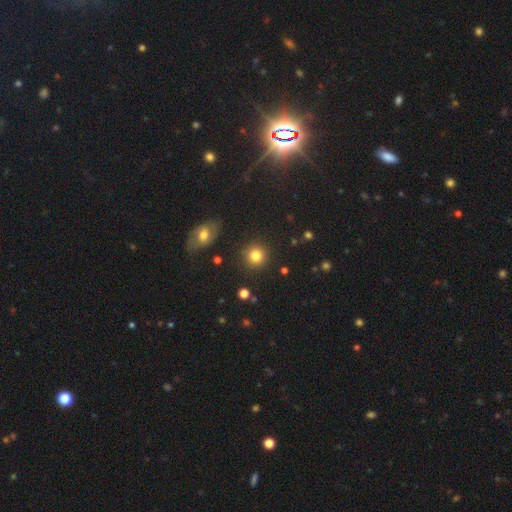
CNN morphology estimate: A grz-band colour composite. It shows a smooth galaxy with no disk features (83%) that is round (92%). Merging: none (89%).